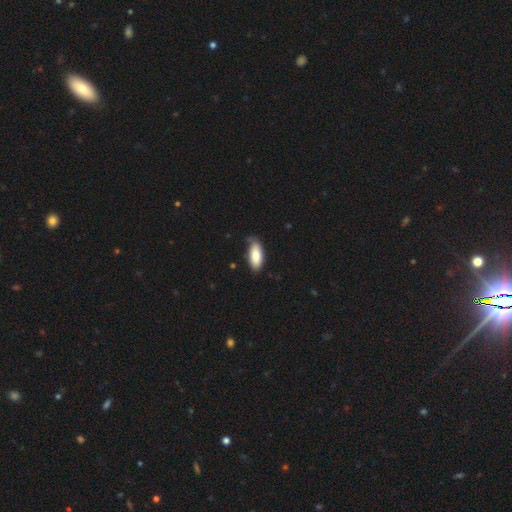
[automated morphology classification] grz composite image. It shows a smooth galaxy with no disk features (83%) that is in between round and cigar-shaped (83%). Merging: none (70%).